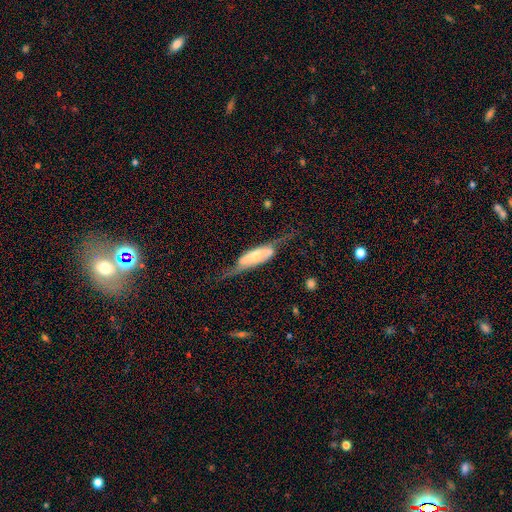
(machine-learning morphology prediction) A featured or disk galaxy (65%).

Vote fractions:
- Smooth or featured? featured or disk: 65% / smooth: 29% / star or artifact: 5%
- Edge-on disk? no: 60% / yes: 40%
- Merging? none: 45% / minor disturbance: 26% / major disturbance: 25% / merger: 3%